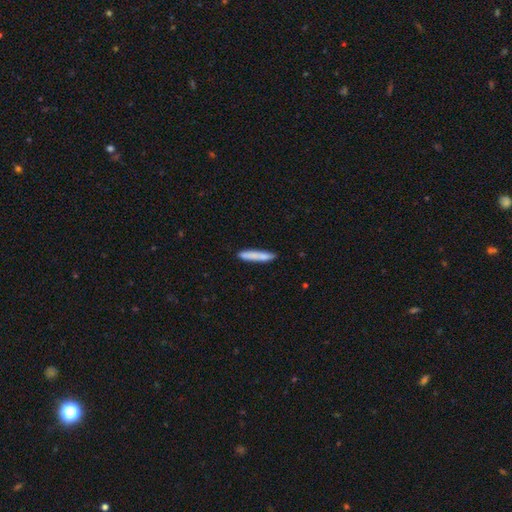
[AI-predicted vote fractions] Smooth or featured: smooth — 81% (featured or disk — 13%)
How rounded: cigar-shaped — 92% (in between — 7%)
Merging: none — 86% (minor disturbance — 10%)